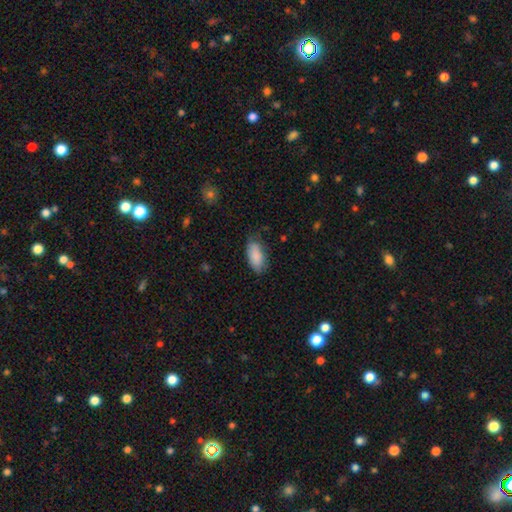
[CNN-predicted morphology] A smooth galaxy with no disk features (88%) that is in between round and cigar-shaped (90%). Merging: none (70%).